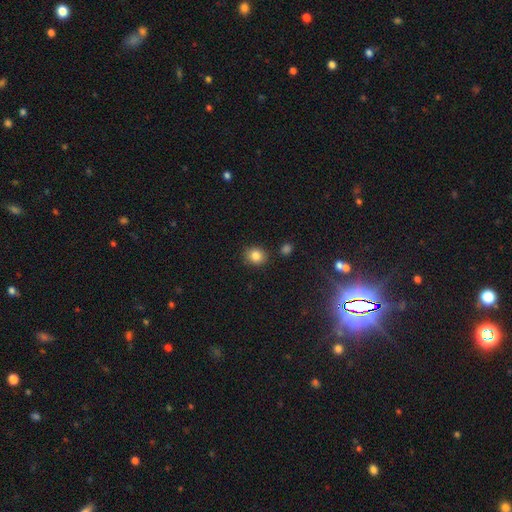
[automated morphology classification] The model was most divided on "how rounded": round: 73%, in between: 26%, cigar-shaped: 1%. More confident: merging — none (85%); smooth or featured — smooth (84%).